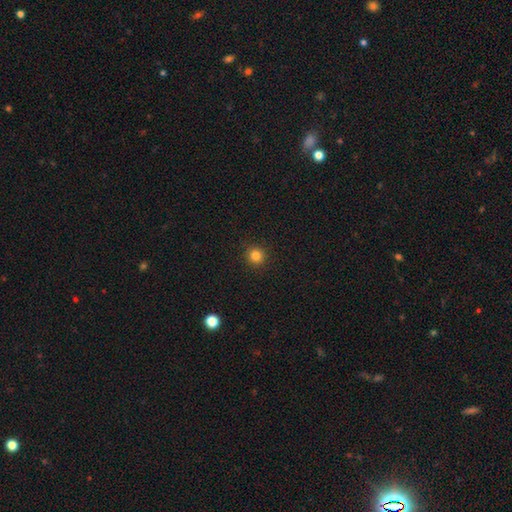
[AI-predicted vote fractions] smooth 82%, star or artifact 13%, featured or disk 4%. Down the decision tree: how rounded — round (94%); merging — none (92%).